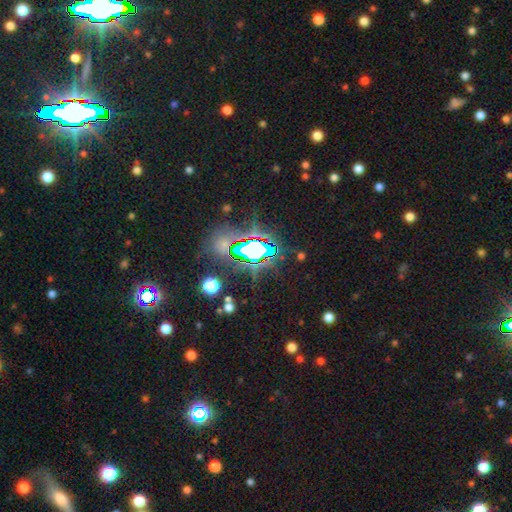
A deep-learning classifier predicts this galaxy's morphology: Q: Smooth or featured?
A: star or artifact (71%); runner-up: smooth (18%)